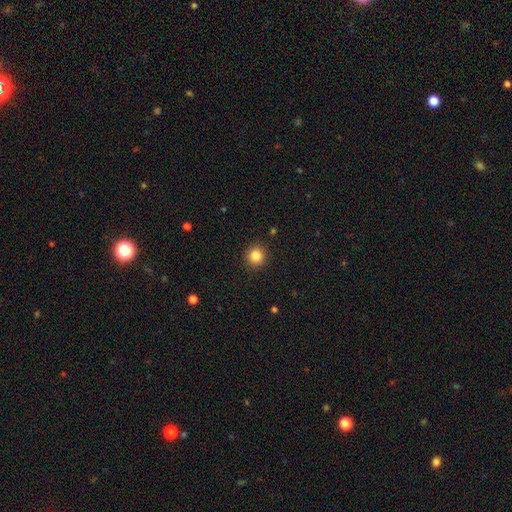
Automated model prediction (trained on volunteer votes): smooth_or_featured: smooth (p=0.85) [alt: star or artifact p=0.11]
how_rounded: round (p=0.92) [alt: in between p=0.07]
merging: none (p=0.92) [alt: minor disturbance p=0.05]